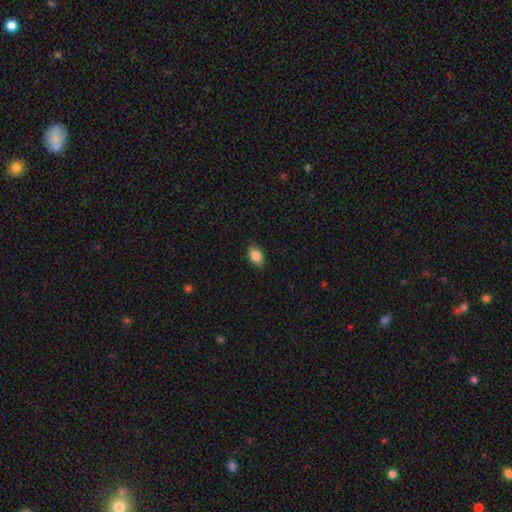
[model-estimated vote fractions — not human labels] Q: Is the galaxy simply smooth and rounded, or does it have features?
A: smooth — 86%.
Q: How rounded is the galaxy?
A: in between — 84%.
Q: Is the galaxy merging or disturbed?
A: none — 86%.